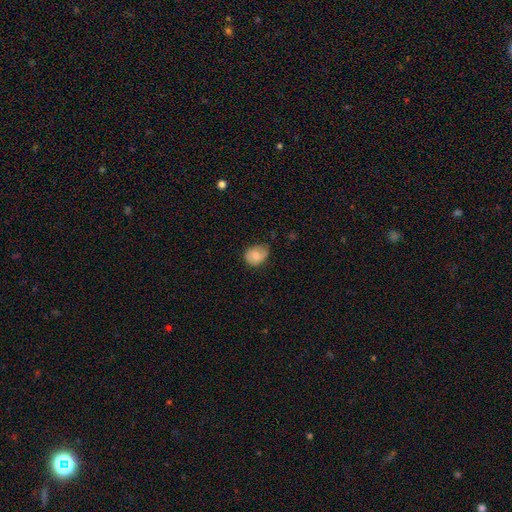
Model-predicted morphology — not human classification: type=smooth (72%); roundness=in between (54%); merging=none (55%).